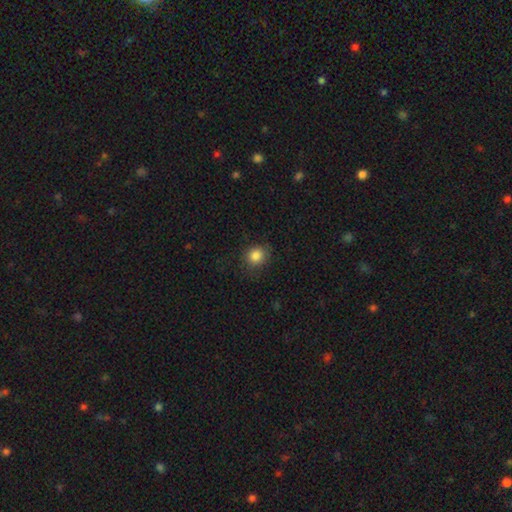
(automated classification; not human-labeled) smooth 85%, star or artifact 10%, featured or disk 4%. Down the decision tree: how rounded — round (83%); merging — none (84%).